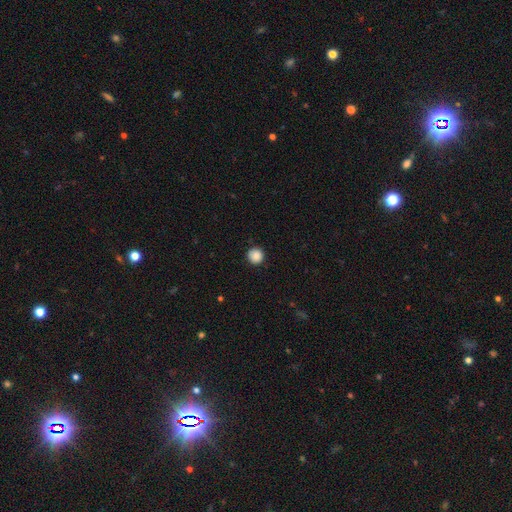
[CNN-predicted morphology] This appears to be a smooth galaxy with no disk features (88%) that is round (96%). Merging: none (91%).